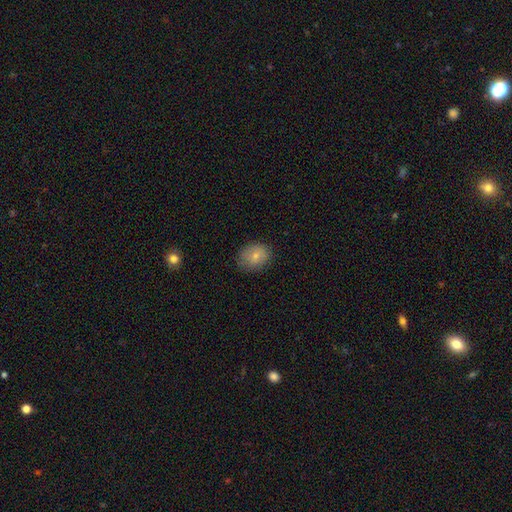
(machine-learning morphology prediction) Smooth or featured? smooth (78%)
How rounded? round (51%)
Merging? none (78%)